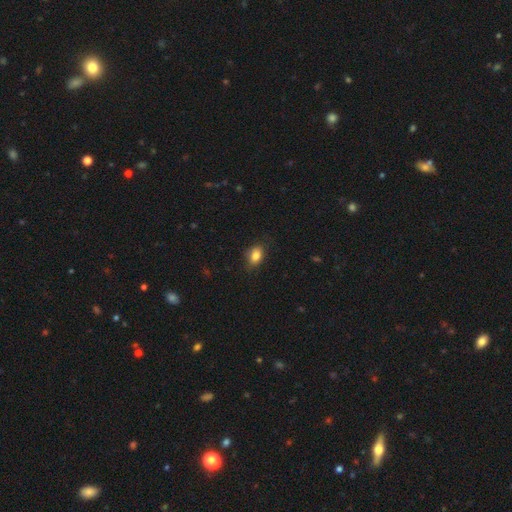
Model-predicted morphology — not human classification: This appears to be a smooth galaxy with no disk features (84%) that is in between round and cigar-shaped (72%). Merging: none (80%).